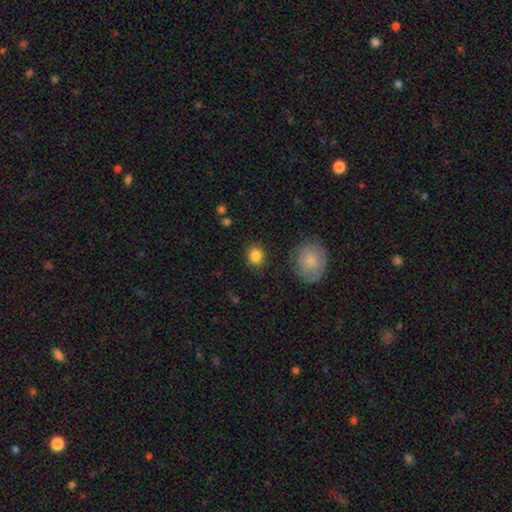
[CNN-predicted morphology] This appears to be a smooth galaxy with no disk features (86%) that is round (75%). Merging: none (88%).